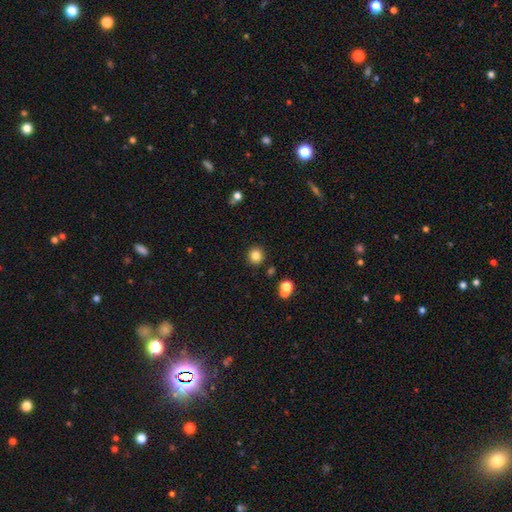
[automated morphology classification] Smooth or featured? smooth (83%)
How rounded? round (92%)
Merging? none (90%)